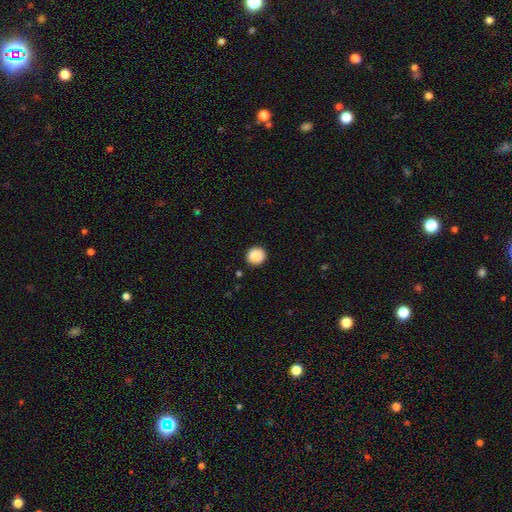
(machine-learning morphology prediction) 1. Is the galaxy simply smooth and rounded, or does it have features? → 89% smooth, 9% star or artifact, 3% featured or disk.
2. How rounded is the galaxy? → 89% round, 10% in between, 1% cigar-shaped.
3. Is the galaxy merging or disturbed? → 91% none, 6% minor disturbance, 2% major disturbance, 1% merger.